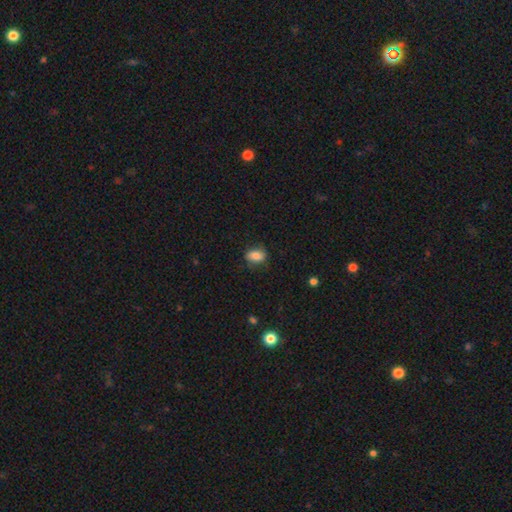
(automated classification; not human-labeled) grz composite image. It shows a smooth galaxy with no disk features (77%) that is in between round and cigar-shaped (81%). Merging: none (77%).